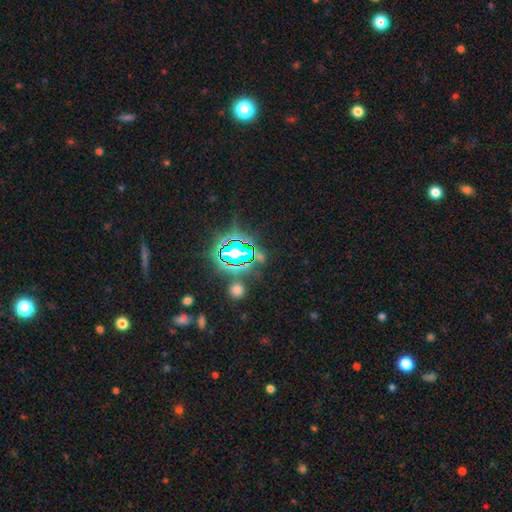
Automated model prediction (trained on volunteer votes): Overall: star or artifact (74%).